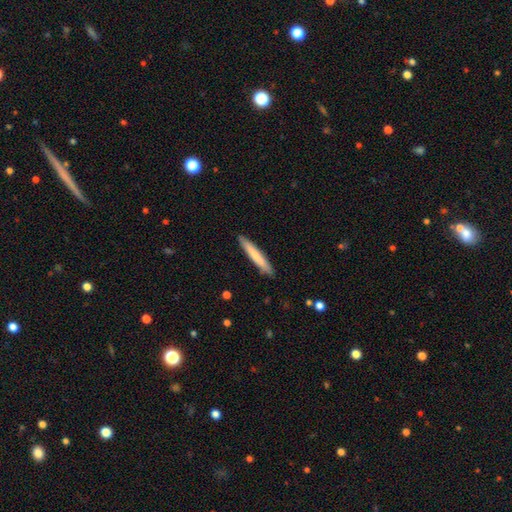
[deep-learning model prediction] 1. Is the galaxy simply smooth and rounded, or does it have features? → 74% smooth, 21% featured or disk, 5% star or artifact.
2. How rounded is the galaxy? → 95% cigar-shaped, 4% in between, 1% round.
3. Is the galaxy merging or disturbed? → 89% none, 8% minor disturbance, 1% major disturbance, 1% merger.